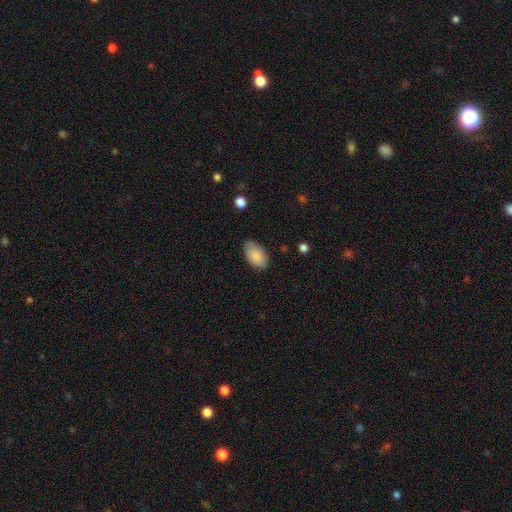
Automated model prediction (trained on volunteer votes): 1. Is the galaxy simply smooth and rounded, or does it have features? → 88% smooth, 6% star or artifact, 6% featured or disk.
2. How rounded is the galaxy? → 94% in between, 4% round, 1% cigar-shaped.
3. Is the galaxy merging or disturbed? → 81% none, 15% minor disturbance, 3% major disturbance, 1% merger.